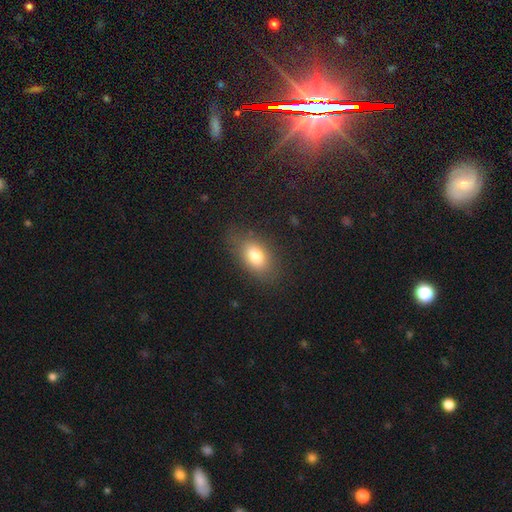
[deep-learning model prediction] Smooth or featured? Predicted: smooth (p=0.77). How rounded? Predicted: in between (p=0.85). Merging? Predicted: none (p=0.76).